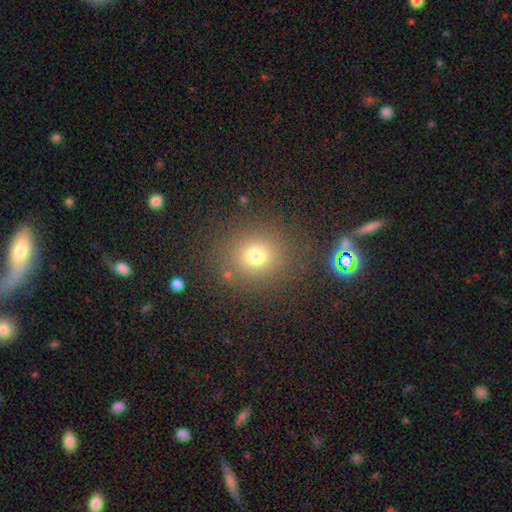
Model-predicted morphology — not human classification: Q: Smooth or featured?
A: smooth (72%); runner-up: star or artifact (19%)
Q: How rounded?
A: round (84%); runner-up: in between (15%)
Q: Merging?
A: none (84%); runner-up: minor disturbance (8%)